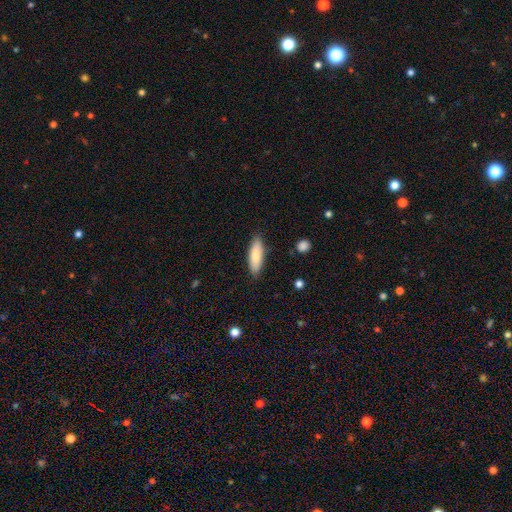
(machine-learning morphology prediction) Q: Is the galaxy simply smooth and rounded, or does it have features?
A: smooth — 81%.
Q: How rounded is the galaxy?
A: in between — 56%.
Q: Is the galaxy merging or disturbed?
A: none — 86%.